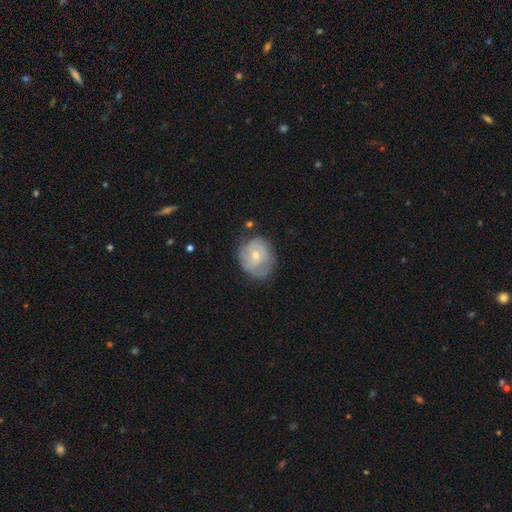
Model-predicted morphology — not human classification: smooth_or_featured: featured or disk (p=0.54) [alt: smooth p=0.39]
disk_edge_on: no (p=0.97) [alt: yes p=0.03]
bar: no (p=0.64) [alt: weak p=0.32]
has_spiral_arms: yes (p=0.76) [alt: no p=0.24]
bulge_size: small (p=0.54) [alt: moderate p=0.41]
merging: none (p=0.63) [alt: minor disturbance p=0.26]